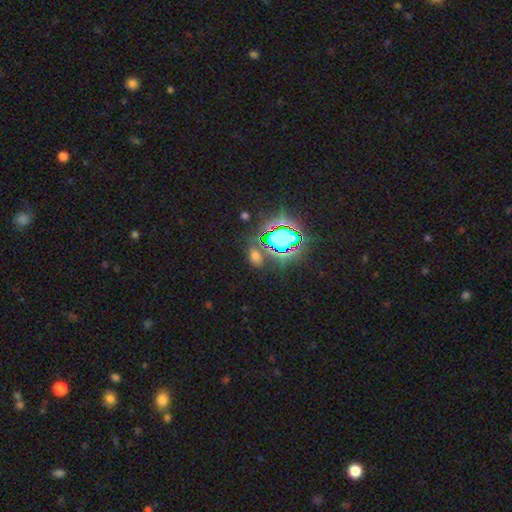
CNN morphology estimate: smooth_or_featured: smooth (p=0.46) [alt: star or artifact p=0.44]
merging: none (p=0.72) [alt: minor disturbance p=0.13]